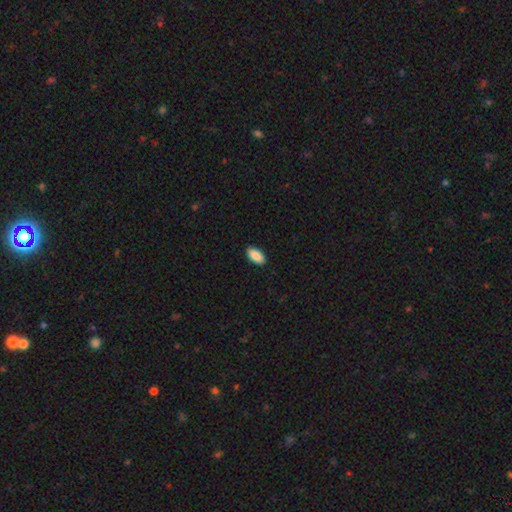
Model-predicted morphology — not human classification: Smooth or featured? Predicted: smooth (p=0.89). How rounded? Predicted: in between (p=0.92). Merging? Predicted: none (p=0.90).